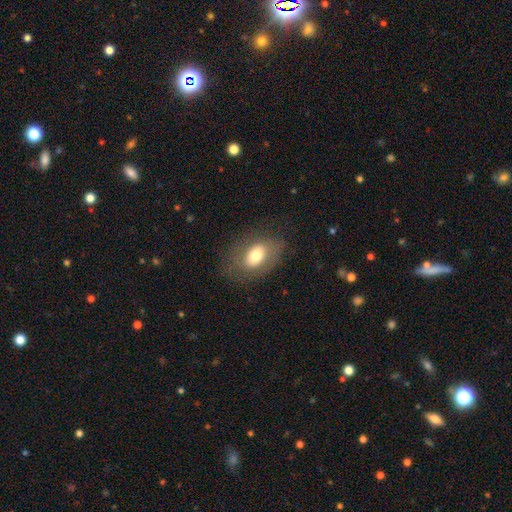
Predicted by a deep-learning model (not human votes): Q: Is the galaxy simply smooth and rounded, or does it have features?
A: smooth — 67%.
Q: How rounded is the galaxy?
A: in between — 85%.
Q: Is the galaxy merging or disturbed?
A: none — 75%.